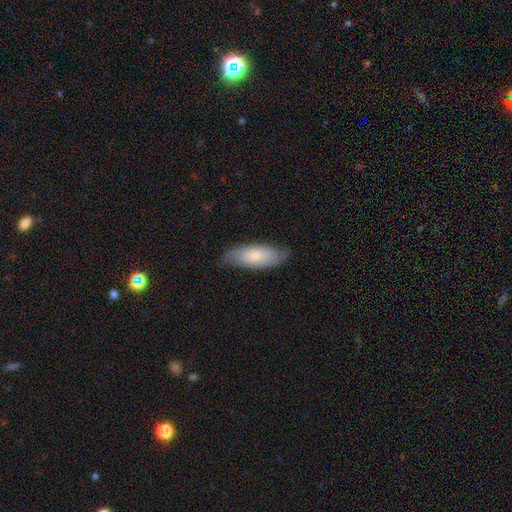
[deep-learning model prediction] The model was most divided on "smooth or featured": smooth: 63%, featured or disk: 31%, star or artifact: 6%. More confident: merging — none (76%); how rounded — in between (75%).